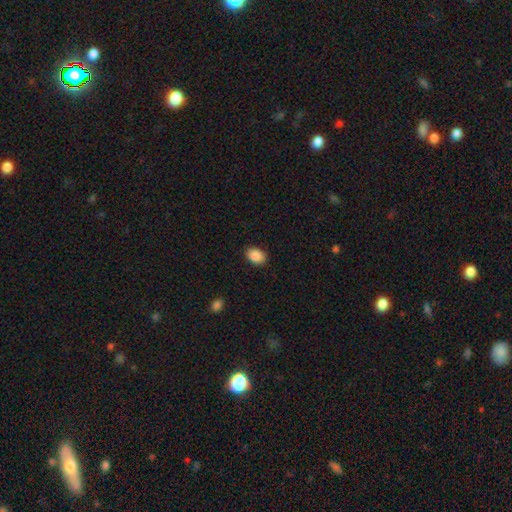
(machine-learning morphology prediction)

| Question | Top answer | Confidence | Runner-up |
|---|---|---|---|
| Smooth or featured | smooth | 90% | star or artifact (7%) |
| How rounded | in between | 81% | round (18%) |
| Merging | none | 89% | minor disturbance (8%) |